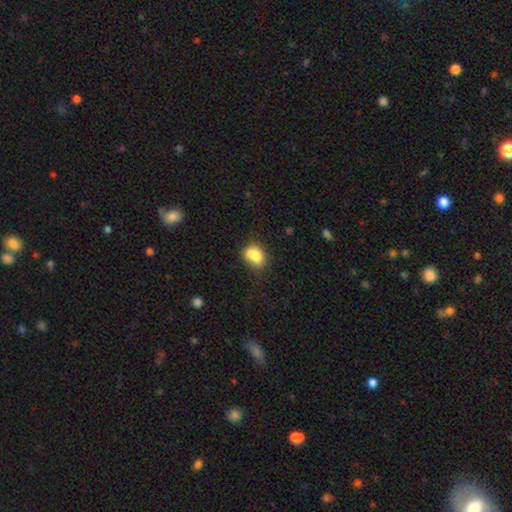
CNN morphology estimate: smooth-or-featured: smooth: 75% | featured or disk: 15% | star or artifact: 10%
  how-rounded: in between: 59% | round: 40% | cigar-shaped: 1%
  merging: none: 41% | merger: 34% | minor disturbance: 18% | major disturbance: 6%